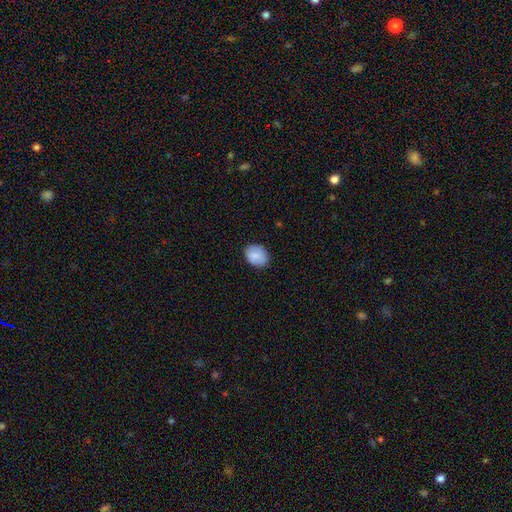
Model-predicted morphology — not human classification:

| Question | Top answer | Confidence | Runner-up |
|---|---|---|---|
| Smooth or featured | smooth | 84% | featured or disk (9%) |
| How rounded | in between | 57% | round (42%) |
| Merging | none | 84% | minor disturbance (13%) |